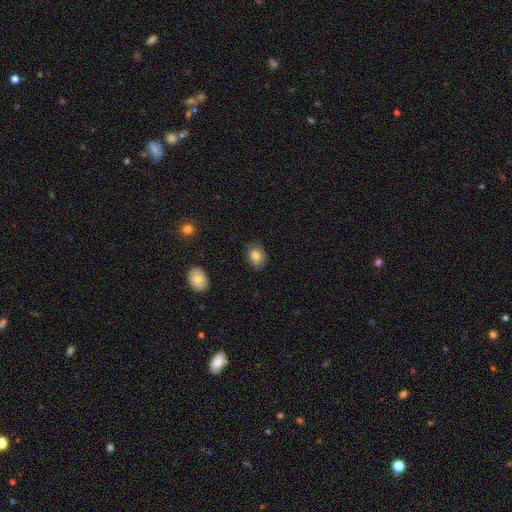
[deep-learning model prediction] smooth 84%, star or artifact 9%, featured or disk 8%. Down the decision tree: how rounded — in between (59%); merging — none (85%).